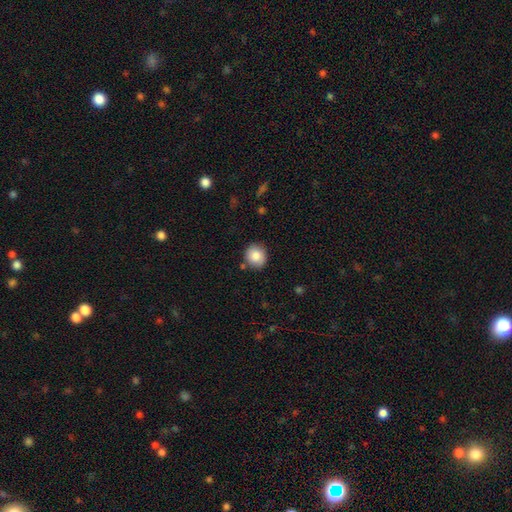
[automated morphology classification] smooth 84%, star or artifact 8%, featured or disk 8%. Down the decision tree: how rounded — round (79%); merging — none (84%).